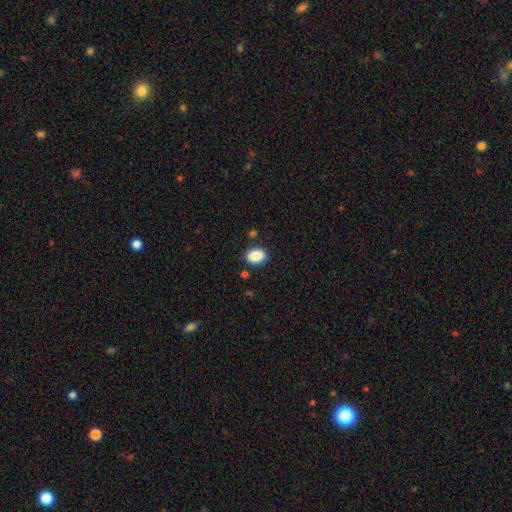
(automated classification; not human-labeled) smooth_or_featured: smooth (p=0.89) [alt: star or artifact p=0.08]
how_rounded: in between (p=0.79) [alt: round p=0.20]
merging: none (p=0.85) [alt: minor disturbance p=0.10]